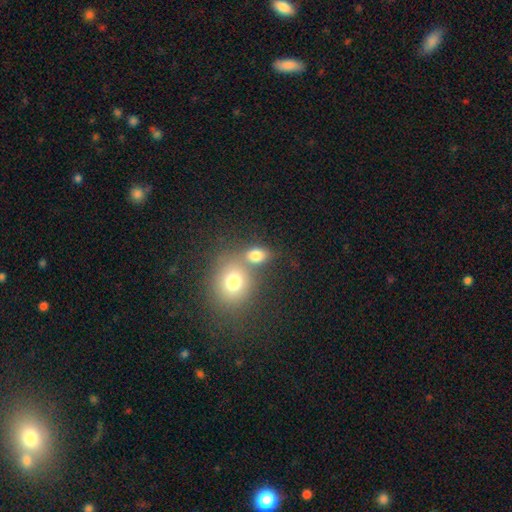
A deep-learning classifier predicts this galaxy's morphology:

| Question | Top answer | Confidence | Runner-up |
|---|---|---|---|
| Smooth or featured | smooth | 77% | star or artifact (13%) |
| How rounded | in between | 56% | round (42%) |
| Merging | none | 49% | merger (35%) |